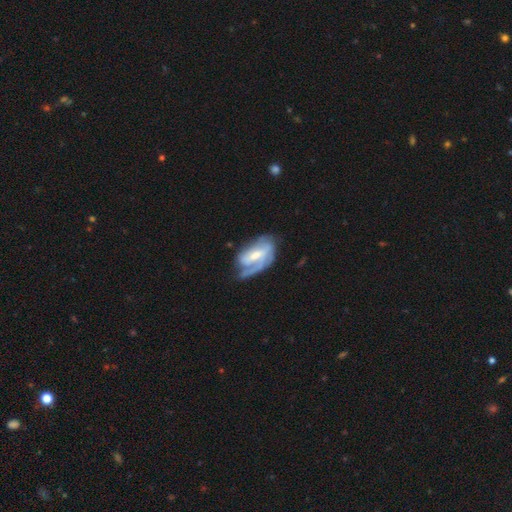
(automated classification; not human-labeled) Smooth or featured?
  - featured or disk: 77% *
  - smooth: 18%
  - star or artifact: 5%
Edge-on disk?
  - no: 95% *
  - yes: 5%
Bar?
  - weak: 44% *
  - strong: 34%
  - no: 22%
Spiral arms?
  - yes: 90% *
  - no: 10%
Spiral winding?
  - tight: 43% *
  - medium: 38%
  - loose: 19%
Spiral arm count?
  - 1: 40% *
  - 2: 34%
  - can't tell: 16%
  - 3: 7%
  - 4: 2%
  - more than 4: 2%
Bulge size?
  - moderate: 47% *
  - small: 40%
  - large: 6%
  - none: 6%
  - dominant: 1%
Merging?
  - none: 49% *
  - minor disturbance: 26%
  - major disturbance: 22%
  - merger: 3%